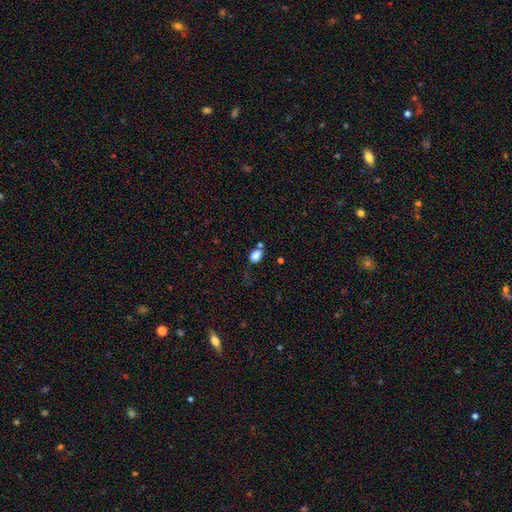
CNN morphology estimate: Smooth or featured? Predicted: smooth (p=0.83). How rounded? Predicted: in between (p=0.84). Merging? Predicted: none (p=0.54).